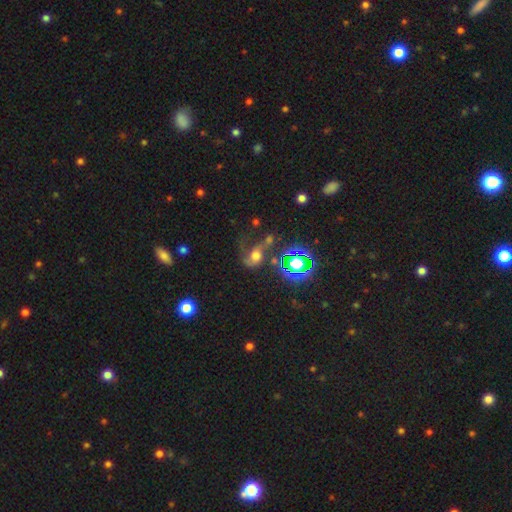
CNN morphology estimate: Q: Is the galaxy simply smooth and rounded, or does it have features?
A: featured or disk — 44%.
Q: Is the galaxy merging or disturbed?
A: major disturbance — 38%.